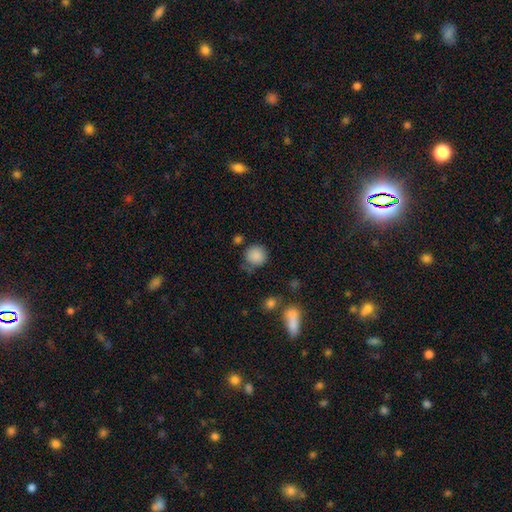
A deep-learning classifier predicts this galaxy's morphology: smooth 86%, star or artifact 10%, featured or disk 4%. Down the decision tree: how rounded — round (90%); merging — none (74%).